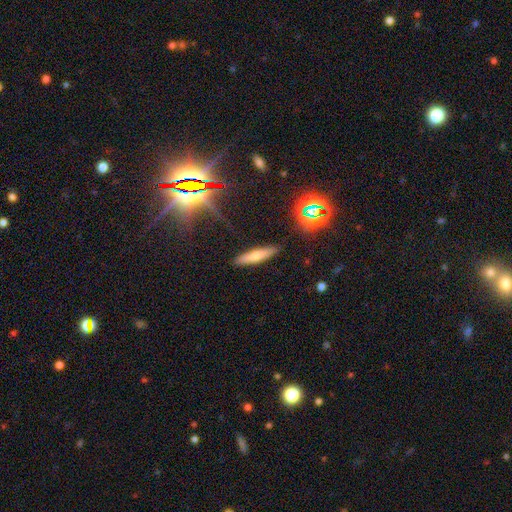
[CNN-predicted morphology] Smooth or featured?
  - smooth: 65% *
  - featured or disk: 25%
  - star or artifact: 10%
How rounded?
  - cigar-shaped: 81% *
  - in between: 17%
  - round: 2%
Merging?
  - none: 88% *
  - minor disturbance: 9%
  - major disturbance: 2%
  - merger: 2%